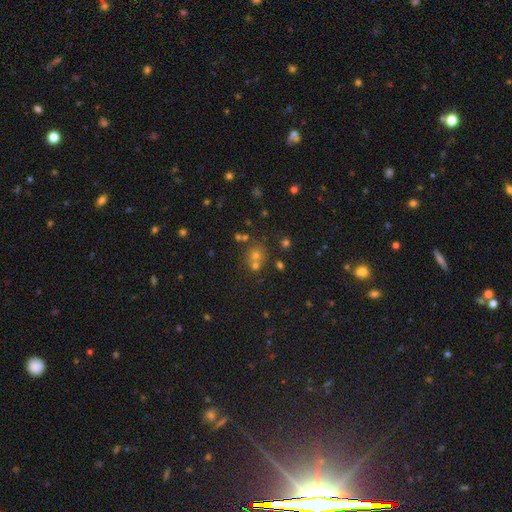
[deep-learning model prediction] Smooth or featured: smooth — 54% (star or artifact — 34%)
How rounded: round — 84% (in between — 14%)
Merging: none — 62% (merger — 26%)